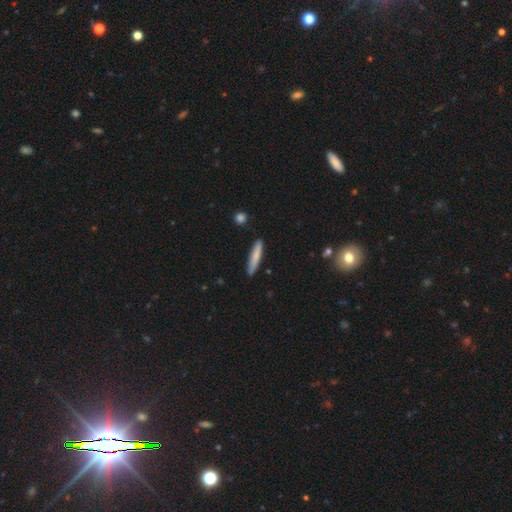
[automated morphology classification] Overall: smooth (78%). How rounded: cigar-shaped (91%). Merging: none (86%).